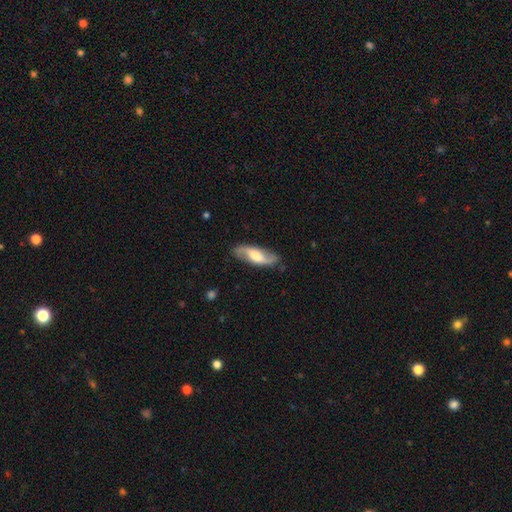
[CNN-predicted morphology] Smooth or featured?
  - featured or disk: 72% *
  - smooth: 23%
  - star or artifact: 5%
Edge-on disk?
  - no: 87% *
  - yes: 13%
Bar?
  - weak: 45% *
  - no: 30%
  - strong: 25%
Spiral arms?
  - yes: 92% *
  - no: 8%
Spiral winding?
  - loose: 55% *
  - medium: 33%
  - tight: 12%
Spiral arm count?
  - 2: 91% *
  - can't tell: 4%
  - 1: 2%
  - 3: 1%
  - 4: 1%
  - more than 4: 1%
Bulge size?
  - moderate: 49% *
  - large: 29%
  - small: 14%
  - none: 5%
  - dominant: 3%
Merging?
  - none: 83% *
  - minor disturbance: 12%
  - major disturbance: 3%
  - merger: 1%